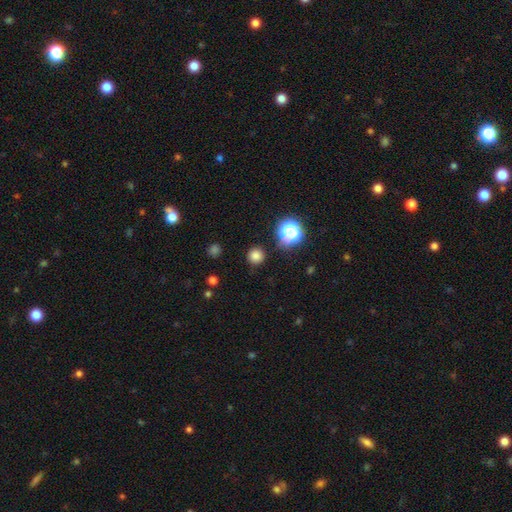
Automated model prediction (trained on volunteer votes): smooth-or-featured: smooth: 79% | star or artifact: 17% | featured or disk: 4%
  how-rounded: round: 95% | in between: 4% | cigar-shaped: 1%
  merging: none: 89% | minor disturbance: 7% | major disturbance: 3% | merger: 2%